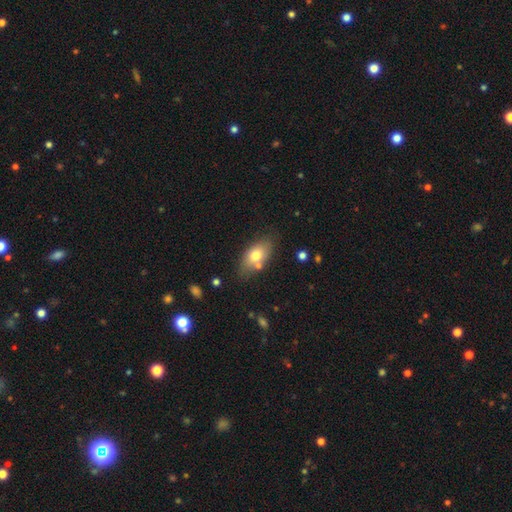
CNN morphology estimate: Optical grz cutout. It shows a smooth galaxy with no disk features (72%) that is in between round and cigar-shaped (88%). Merging: none (71%).